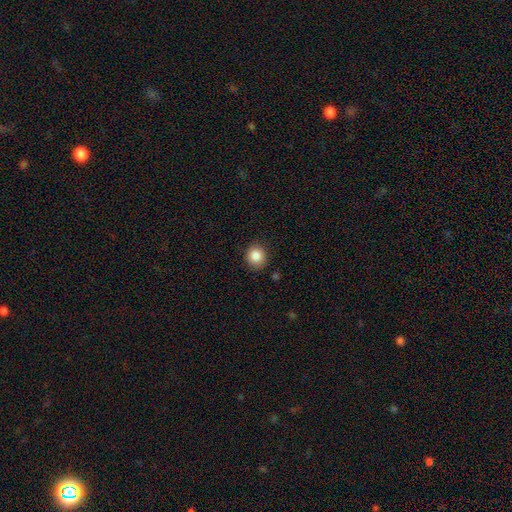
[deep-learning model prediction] A smooth galaxy with no disk features (87%) that is round (81%). Merging: none (87%).